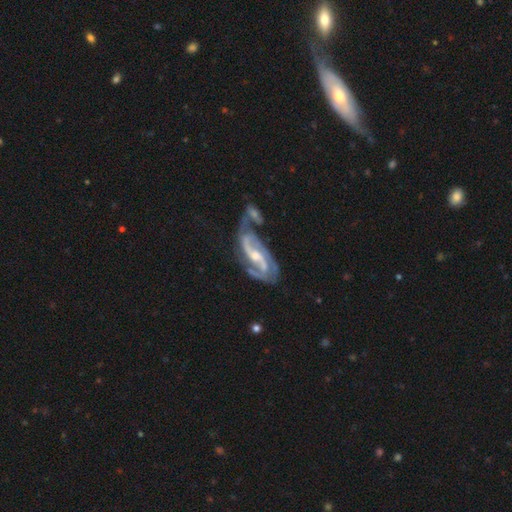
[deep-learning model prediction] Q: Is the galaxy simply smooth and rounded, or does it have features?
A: featured or disk — 92%.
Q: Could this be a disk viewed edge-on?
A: no — 96%.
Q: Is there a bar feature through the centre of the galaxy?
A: weak — 43%.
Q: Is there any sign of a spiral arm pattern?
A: yes — 98%.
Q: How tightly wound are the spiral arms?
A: medium — 52%.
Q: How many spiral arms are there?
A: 2 — 83%.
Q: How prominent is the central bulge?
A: moderate — 48%.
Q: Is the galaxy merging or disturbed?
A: none — 41%.